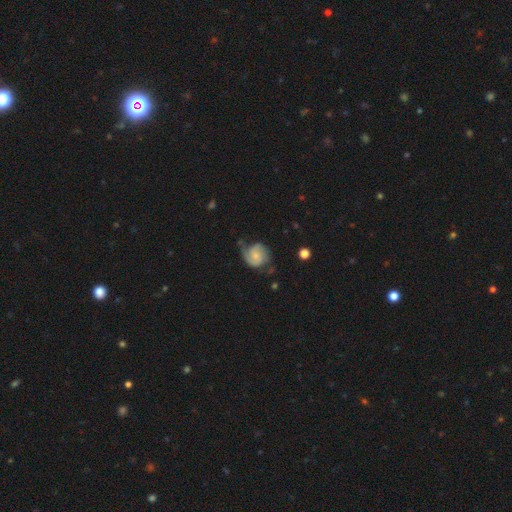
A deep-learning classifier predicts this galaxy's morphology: smooth-or-featured: featured or disk: 63% | smooth: 30% | star or artifact: 7%
  disk-edge-on: no: 98% | yes: 2%
    bar: no: 66% | weak: 29% | strong: 5%
    has-spiral-arms: yes: 91% | no: 9%
      spiral-winding: medium: 42% | tight: 37% | loose: 22%
      spiral-arm-count: 2: 70% | can't tell: 12% | 1: 12% | 3: 4% | 4: 1% | more than 4: 1%
    bulge-size: small: 58% | moderate: 29% | none: 9% | large: 2% | dominant: 1%
  merging: none: 55% | minor disturbance: 29% | major disturbance: 14% | merger: 3%